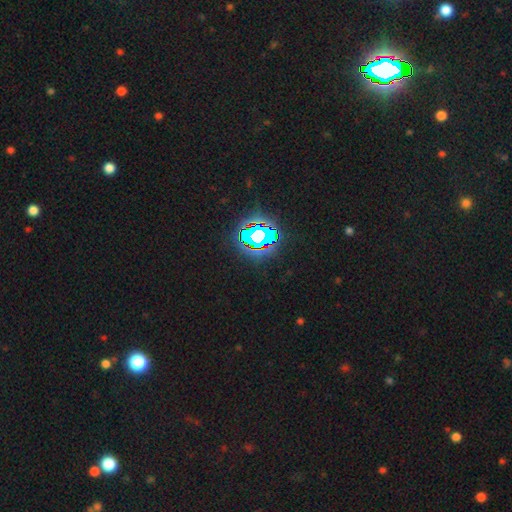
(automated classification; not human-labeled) Smooth or featured: star or artifact — 84% (smooth — 10%)